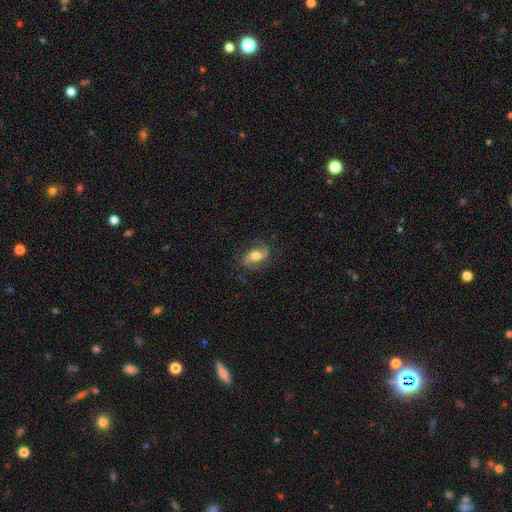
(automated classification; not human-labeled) This appears to be a smooth galaxy with no disk features (47%). Merging: none (75%).